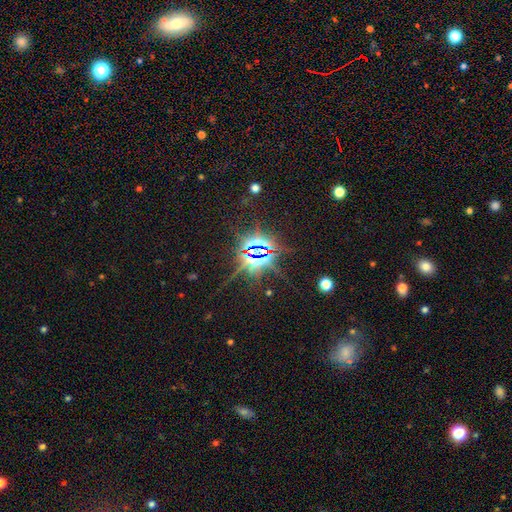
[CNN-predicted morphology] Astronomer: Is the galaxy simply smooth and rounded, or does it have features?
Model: star or artifact — 84%.